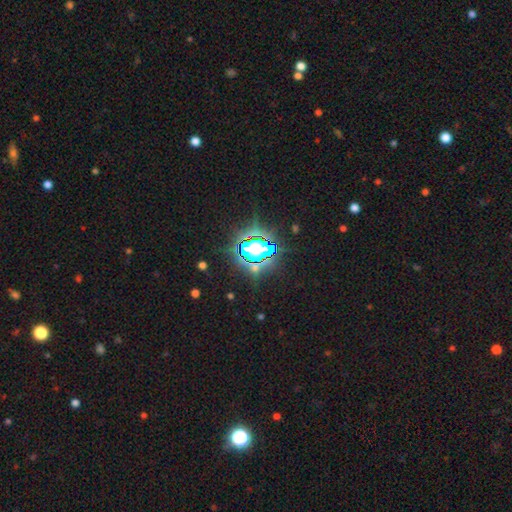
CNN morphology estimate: Smooth or featured?
  - star or artifact: 77% *
  - smooth: 14%
  - featured or disk: 9%